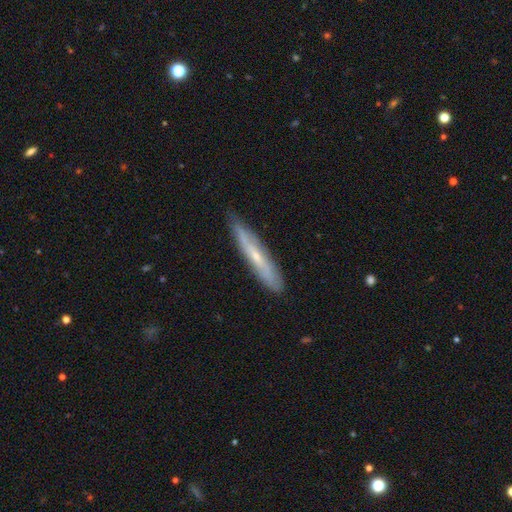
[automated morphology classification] A featured or disk galaxy (58%) viewed edge-on (68%).

Vote fractions:
- Smooth or featured? featured or disk: 58% / smooth: 35% / star or artifact: 6%
- Edge-on disk? yes: 68% / no: 32%
- Merging? none: 80% / minor disturbance: 16% / major disturbance: 3% / merger: 1%